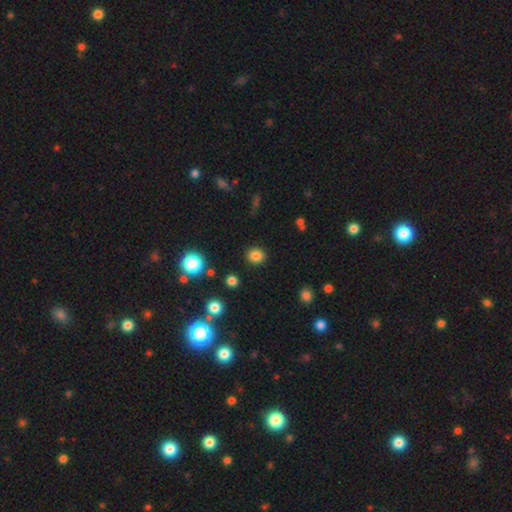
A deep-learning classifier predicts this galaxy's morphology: Smooth or featured: smooth — 83% (star or artifact — 13%)
How rounded: round — 81% (in between — 18%)
Merging: none — 90% (minor disturbance — 6%)